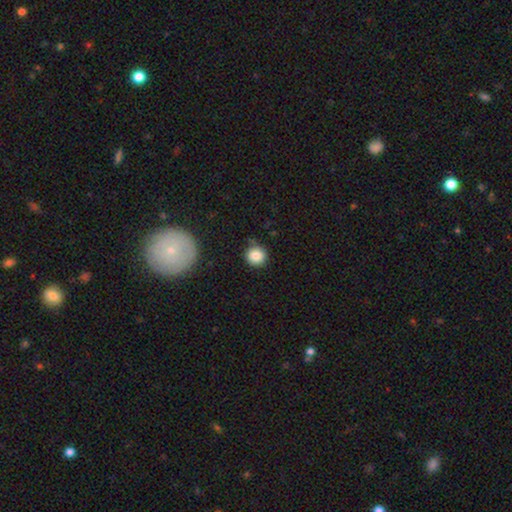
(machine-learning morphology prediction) Smooth or featured? Predicted: smooth (p=0.84). How rounded? Predicted: round (p=0.92). Merging? Predicted: none (p=0.83).